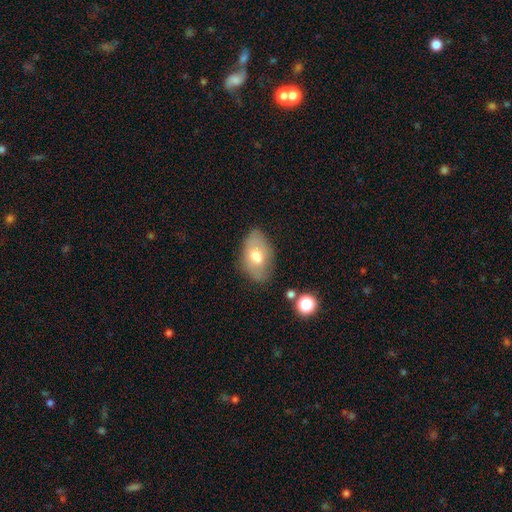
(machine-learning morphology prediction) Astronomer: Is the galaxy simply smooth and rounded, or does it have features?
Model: smooth — 65%.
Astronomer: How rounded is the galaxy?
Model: in between — 92%.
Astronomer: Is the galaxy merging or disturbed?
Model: none — 70%.